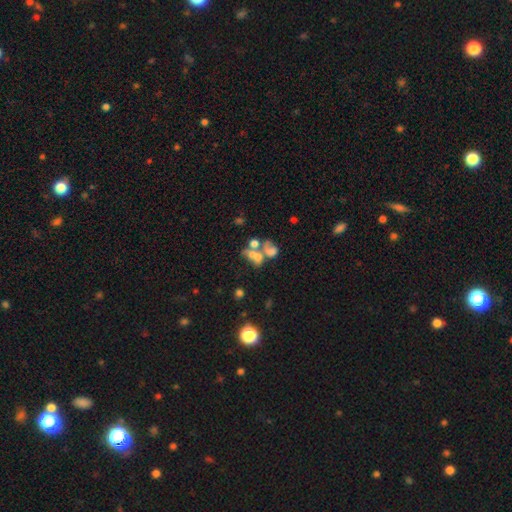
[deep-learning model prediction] Q: Smooth or featured?
A: smooth (43%); runner-up: featured or disk (38%)
Q: Merging?
A: merger (59%); runner-up: major disturbance (17%)